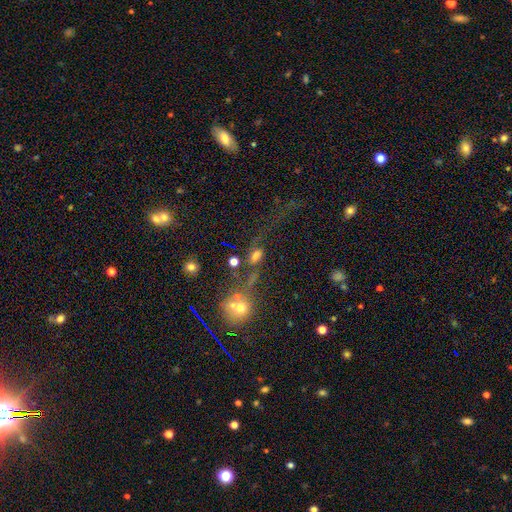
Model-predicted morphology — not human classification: Smooth or featured: featured or disk — 42% (smooth — 38%)
Merging: none — 36% (major disturbance — 30%)